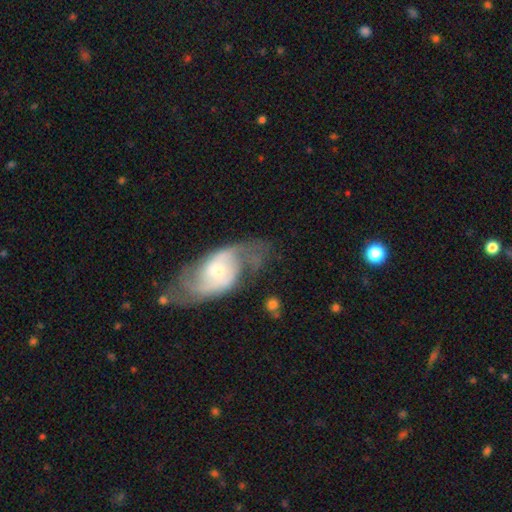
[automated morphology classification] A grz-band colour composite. It shows a featured or disk galaxy (83%) with no bar (51%), 2 (84%) medium (45%) spiral arms (94%) and a small central bulge (52%). Merging: none (60%).